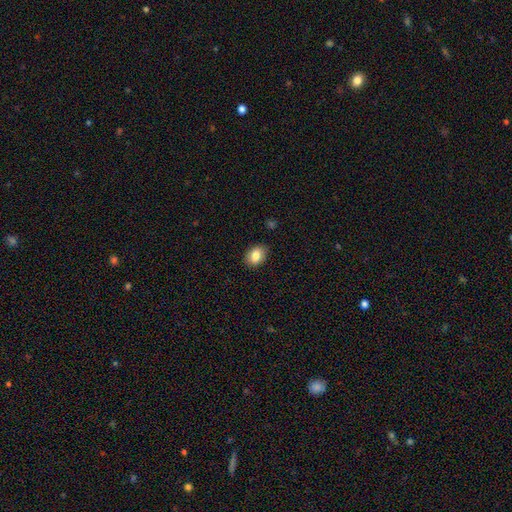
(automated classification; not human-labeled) This is clearly a smooth galaxy (83%). How rounded: likely in between (75%). Merging: clearly none (87%).